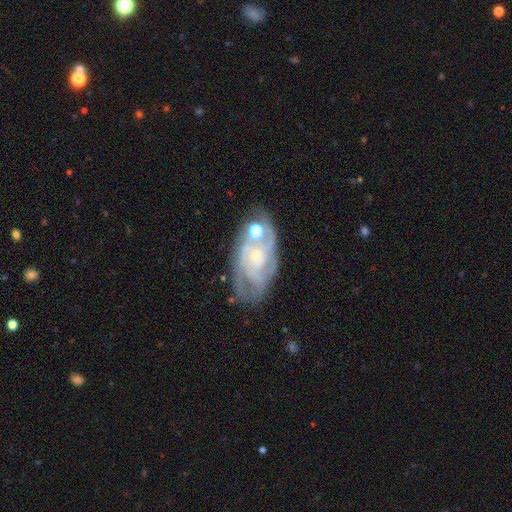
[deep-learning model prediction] Morphology: type=featured or disk (77%); edge-on=no (95%); bar=no (74%); spiral arms=yes (86%); winding=tight (57%); arm count=can't tell (41%); bulge=small (70%); merging=none (57%).